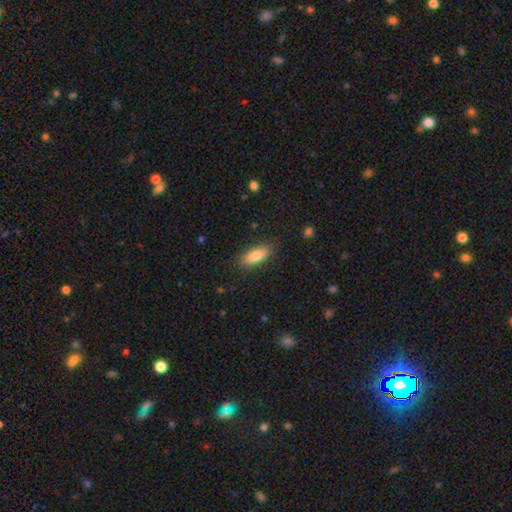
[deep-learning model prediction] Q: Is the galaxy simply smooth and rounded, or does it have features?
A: smooth — 81%.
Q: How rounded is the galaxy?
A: in between — 76%.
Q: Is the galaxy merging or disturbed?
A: none — 86%.